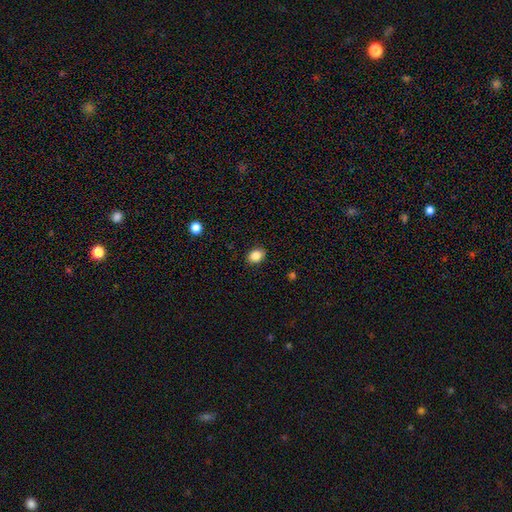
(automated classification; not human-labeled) Q: Smooth or featured?
A: smooth (86%); runner-up: star or artifact (9%)
Q: How rounded?
A: in between (65%); runner-up: round (34%)
Q: Merging?
A: none (89%); runner-up: minor disturbance (8%)